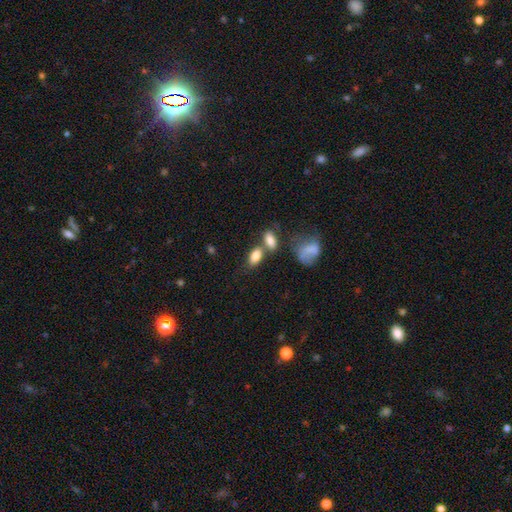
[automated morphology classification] smooth-or-featured: smooth: 82% | featured or disk: 10% | star or artifact: 8%
  how-rounded: in between: 89% | round: 6% | cigar-shaped: 5%
  merging: none: 48% | merger: 32% | minor disturbance: 14% | major disturbance: 6%